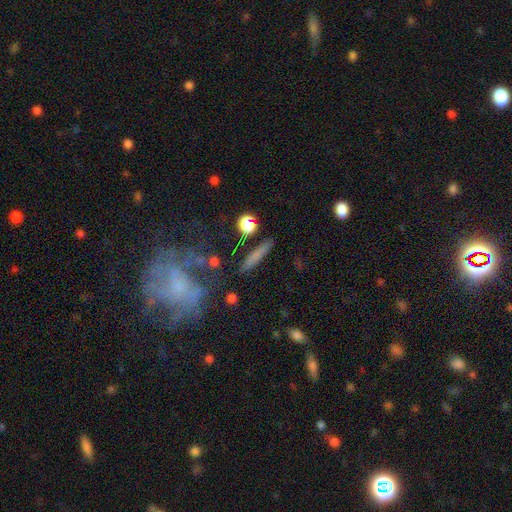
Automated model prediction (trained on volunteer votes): This appears to be a smooth galaxy with no disk features (66%) that is cigar-shaped (85%). Merging: none (84%).